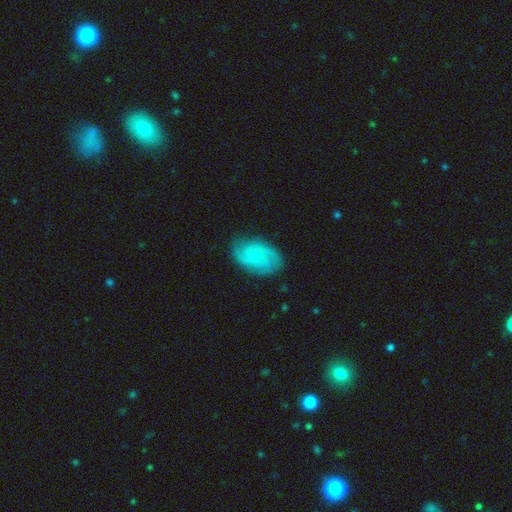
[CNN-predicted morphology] Q: Smooth or featured?
A: featured or disk (65%); runner-up: smooth (28%)
Q: Edge-on disk?
A: no (97%); runner-up: yes (3%)
Q: Bar?
A: no (60%); runner-up: weak (36%)
Q: Spiral arms?
A: yes (92%); runner-up: no (8%)
Q: Spiral winding?
A: medium (45%); runner-up: tight (37%)
Q: Spiral arm count?
A: 2 (43%); runner-up: can't tell (25%)
Q: Bulge size?
A: small (59%); runner-up: none (26%)
Q: Merging?
A: none (75%); runner-up: minor disturbance (18%)